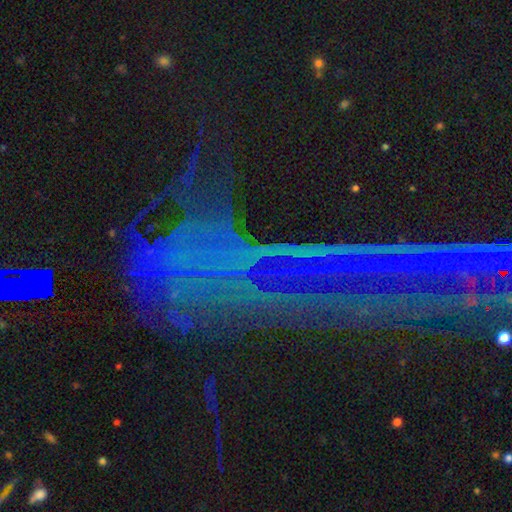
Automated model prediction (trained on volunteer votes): A star or artifact, not a galaxy (72%).